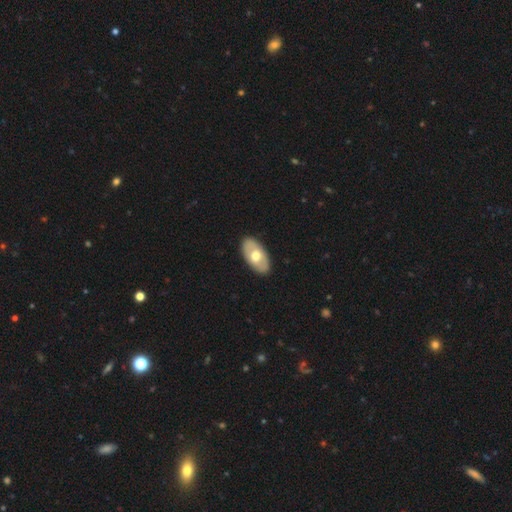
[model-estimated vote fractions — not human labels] The model was most divided on "smooth or featured": smooth: 56%, featured or disk: 40%, star or artifact: 5%. More confident: how rounded — in between (93%); merging — none (88%).